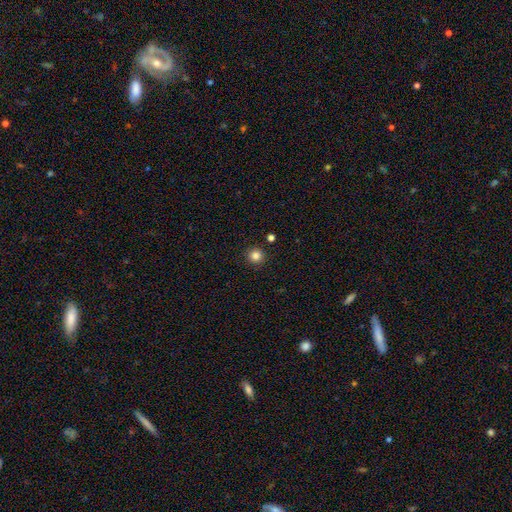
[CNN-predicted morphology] smooth 83%, star or artifact 13%, featured or disk 5%. Down the decision tree: how rounded — round (95%); merging — none (91%).